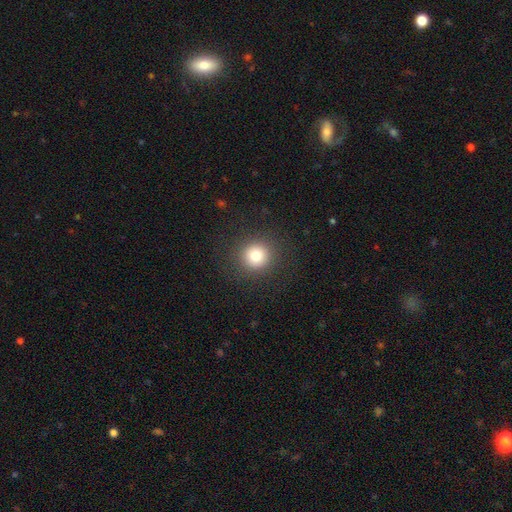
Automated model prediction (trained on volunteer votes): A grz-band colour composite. It shows a smooth galaxy with no disk features (81%) that is round (92%). Merging: none (90%).